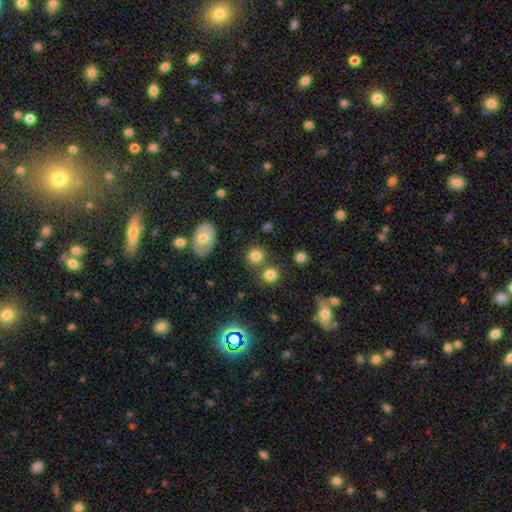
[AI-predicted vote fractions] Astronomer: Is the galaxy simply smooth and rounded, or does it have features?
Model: smooth — 80%.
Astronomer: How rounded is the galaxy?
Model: round — 85%.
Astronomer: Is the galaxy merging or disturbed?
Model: none — 70%.